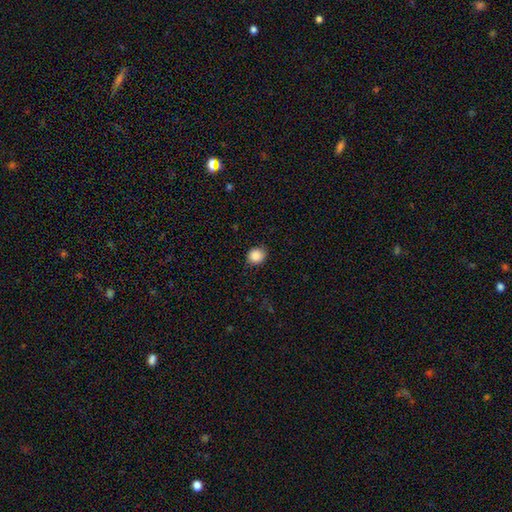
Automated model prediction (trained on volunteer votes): Smooth or featured: smooth — 88% (star or artifact — 9%)
How rounded: round — 73% (in between — 26%)
Merging: none — 82% (minor disturbance — 13%)